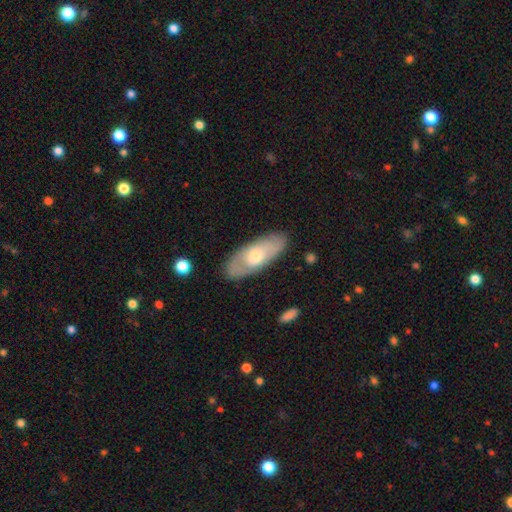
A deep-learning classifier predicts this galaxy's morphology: smooth_or_featured: featured or disk (p=0.48) [alt: smooth p=0.45]
merging: none (p=0.84) [alt: minor disturbance p=0.12]